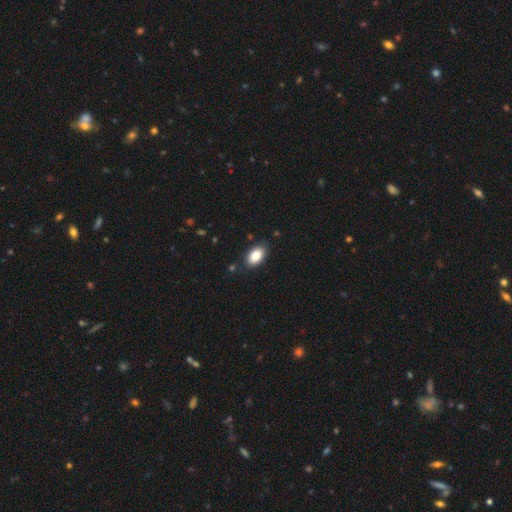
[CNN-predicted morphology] smooth_or_featured: smooth (p=0.84) [alt: featured or disk p=0.09]
how_rounded: in between (p=0.93) [alt: round p=0.06]
merging: none (p=0.86) [alt: minor disturbance p=0.10]